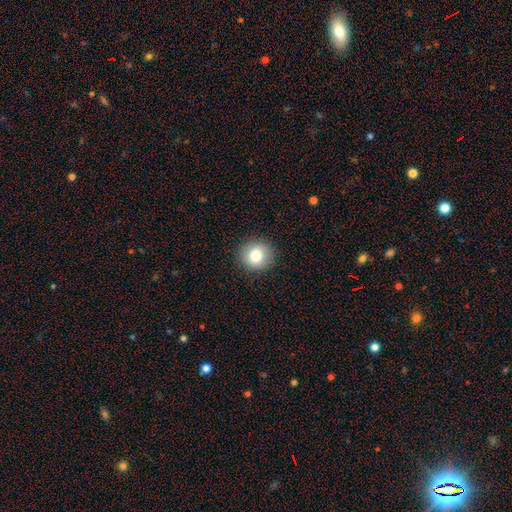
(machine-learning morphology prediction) A smooth galaxy with no disk features (81%) that is round (89%).

Vote fractions:
- Smooth or featured? smooth: 81% / star or artifact: 10% / featured or disk: 9%
- How rounded? round: 89% / in between: 10% / cigar-shaped: 1%
- Merging? none: 90% / minor disturbance: 7% / major disturbance: 2% / merger: 1%